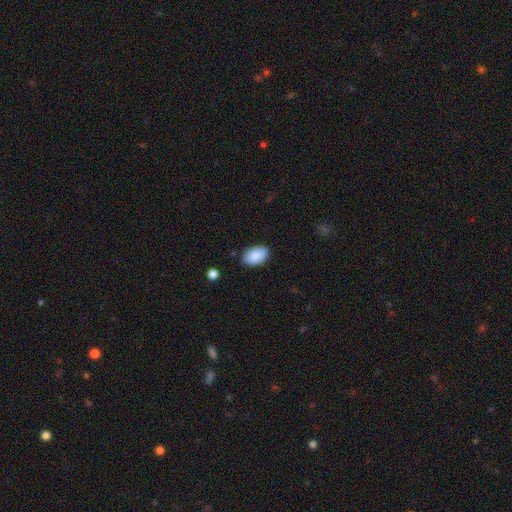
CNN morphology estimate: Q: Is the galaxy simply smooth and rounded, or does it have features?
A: smooth — 89%.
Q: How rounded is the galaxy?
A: in between — 92%.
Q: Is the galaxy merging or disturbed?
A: none — 82%.